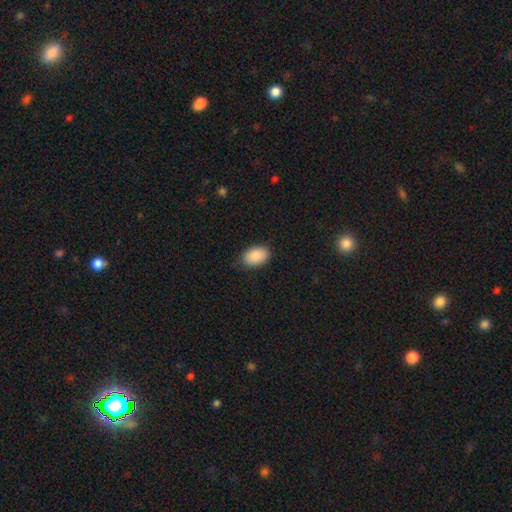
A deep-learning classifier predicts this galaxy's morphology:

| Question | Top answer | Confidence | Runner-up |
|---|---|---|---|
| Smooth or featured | smooth | 88% | star or artifact (7%) |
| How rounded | in between | 90% | round (9%) |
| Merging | none | 83% | minor disturbance (13%) |